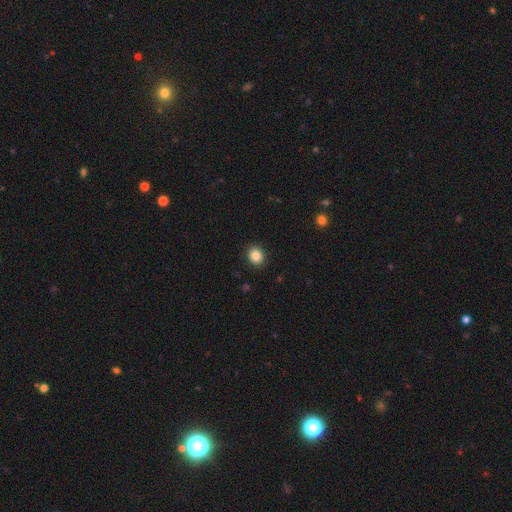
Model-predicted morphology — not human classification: Overall: smooth (85%). How rounded: round (72%). Merging: none (91%).